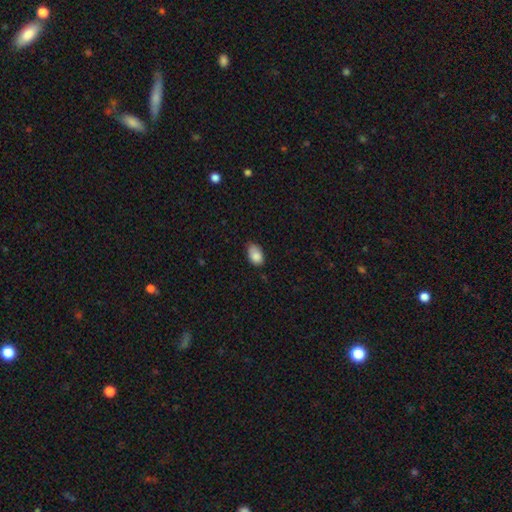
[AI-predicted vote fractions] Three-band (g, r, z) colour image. It shows a smooth galaxy with no disk features (86%) that is in between round and cigar-shaped (90%). Merging: none (63%).